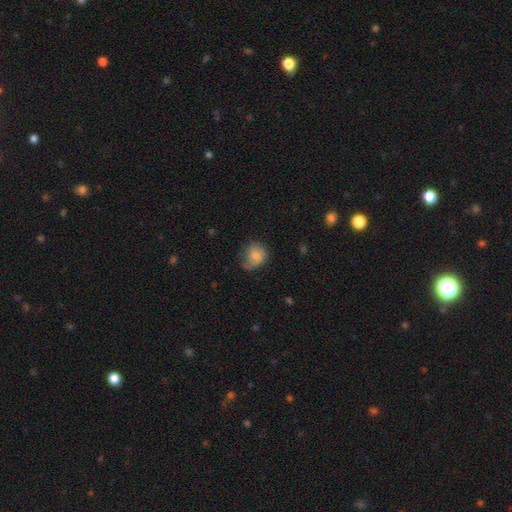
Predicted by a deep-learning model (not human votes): Smooth or featured?
  - smooth: 67% *
  - featured or disk: 25%
  - star or artifact: 8%
How rounded?
  - round: 65% *
  - in between: 34%
  - cigar-shaped: 1%
Merging?
  - none: 49% *
  - minor disturbance: 31%
  - major disturbance: 18%
  - merger: 2%